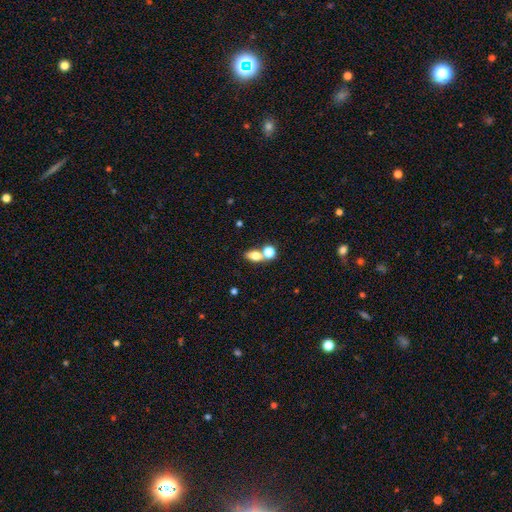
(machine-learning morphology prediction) Smooth or featured? smooth (74%)
How rounded? in between (75%)
Merging? none (47%)